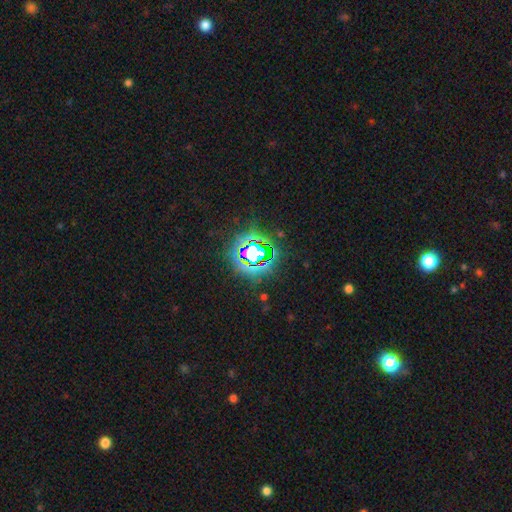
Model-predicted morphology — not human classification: This is clearly a star or artifact rather than a galaxy (82%).